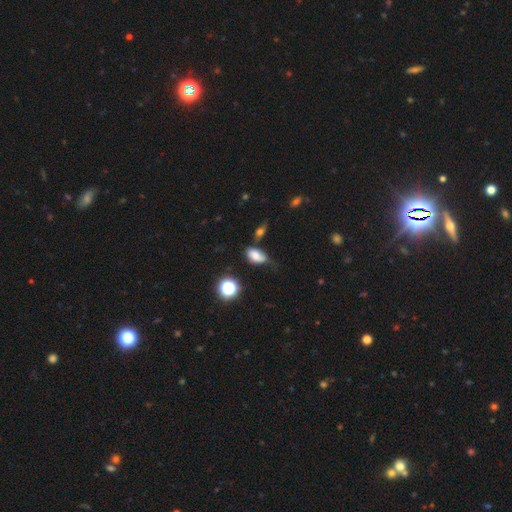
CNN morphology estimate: type=smooth (71%); roundness=in between (87%); merging=minor disturbance (39%).